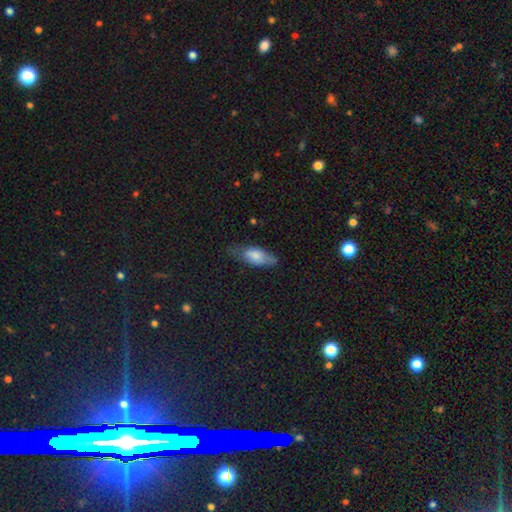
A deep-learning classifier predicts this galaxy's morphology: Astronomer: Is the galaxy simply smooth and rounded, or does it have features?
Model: smooth — 73%.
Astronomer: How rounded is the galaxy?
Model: in between — 80%.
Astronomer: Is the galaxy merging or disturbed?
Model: none — 53% (runner-up: minor disturbance, 33%).